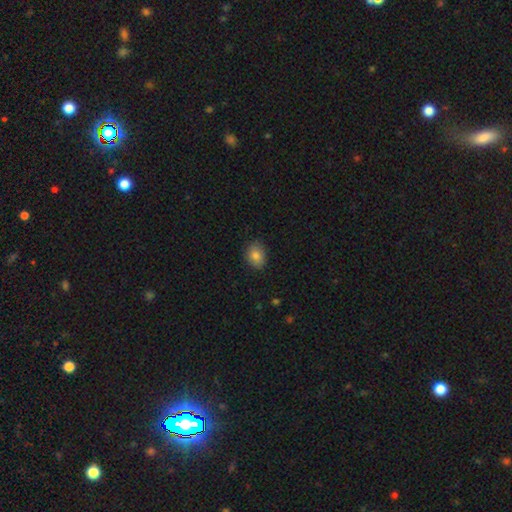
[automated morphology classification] This appears to be a smooth galaxy with no disk features (84%) that is in between round and cigar-shaped (59%). Merging: none (84%).